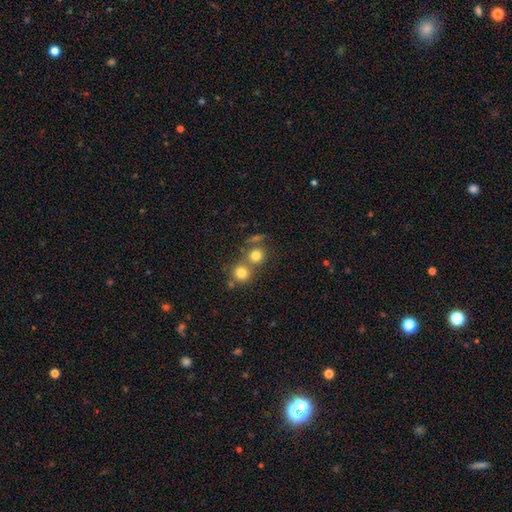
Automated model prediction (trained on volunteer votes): Morphology: type=smooth (77%); roundness=round (88%); merging=none (54%).